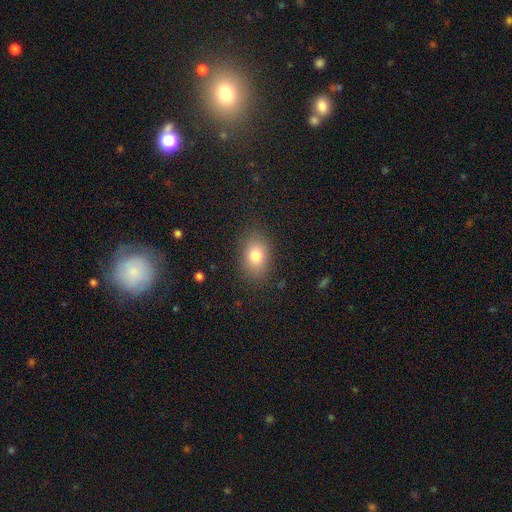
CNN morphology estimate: smooth 80%, featured or disk 10%, star or artifact 10%. Down the decision tree: how rounded — in between (78%); merging — none (84%).